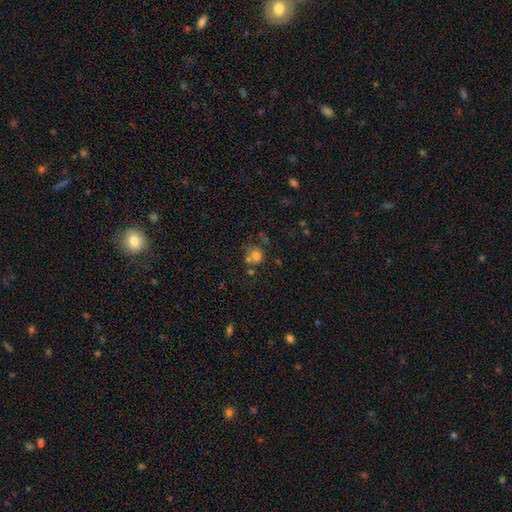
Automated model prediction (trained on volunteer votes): smooth 71%, featured or disk 15%, star or artifact 14%. Down the decision tree: how rounded — round (73%); merging — none (45%).